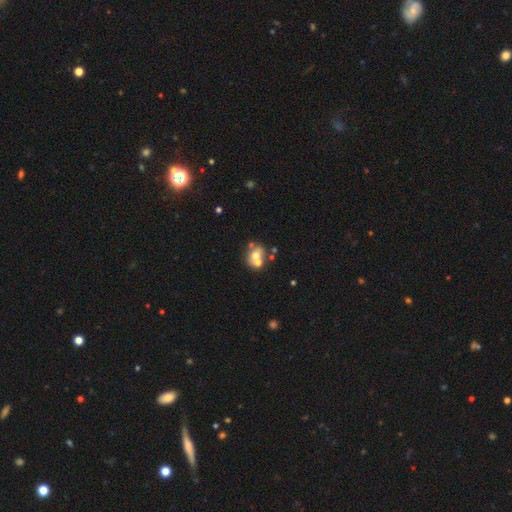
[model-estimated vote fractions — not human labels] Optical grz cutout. It shows a smooth galaxy with no disk features (54%) that is round (68%). Merging: merger (43%).